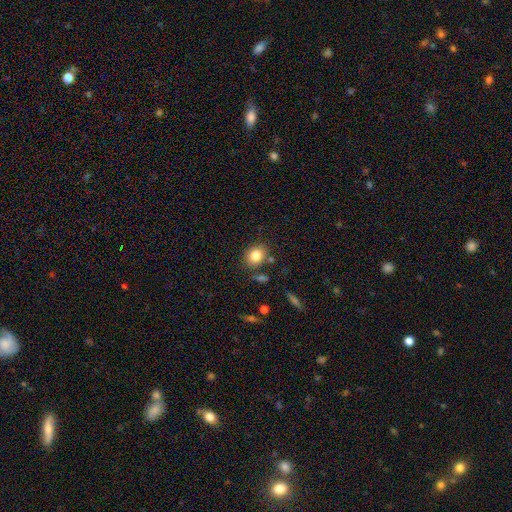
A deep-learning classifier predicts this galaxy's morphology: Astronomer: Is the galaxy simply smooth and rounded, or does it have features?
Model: smooth — 82%.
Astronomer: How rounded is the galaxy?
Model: round — 57% (runner-up: in between, 42%).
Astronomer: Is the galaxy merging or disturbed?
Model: none — 78%.